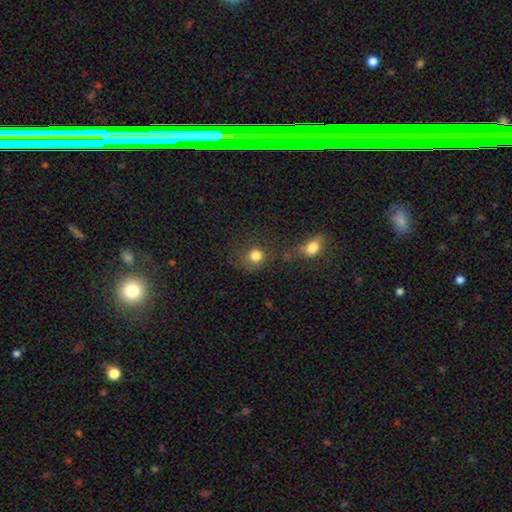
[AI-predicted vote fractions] Overall: smooth (79%). How rounded: round (85%). Merging: none (53%; merger 20%).